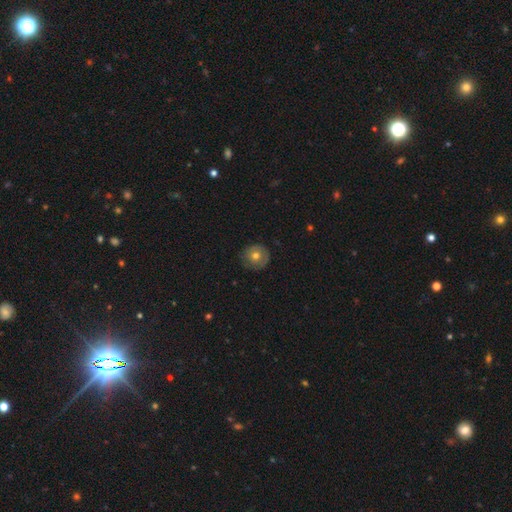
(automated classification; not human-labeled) smooth 61%, featured or disk 30%, star or artifact 8%. Down the decision tree: how rounded — round (94%); merging — none (84%).